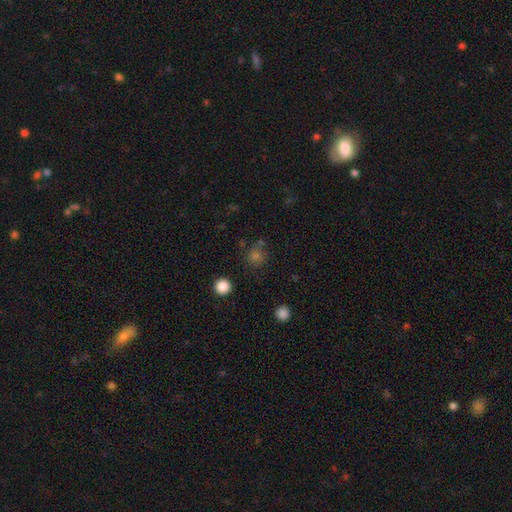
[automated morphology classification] The model was most divided on "smooth or featured": smooth: 66%, star or artifact: 27%, featured or disk: 7%. More confident: how rounded — round (89%); merging — none (77%).